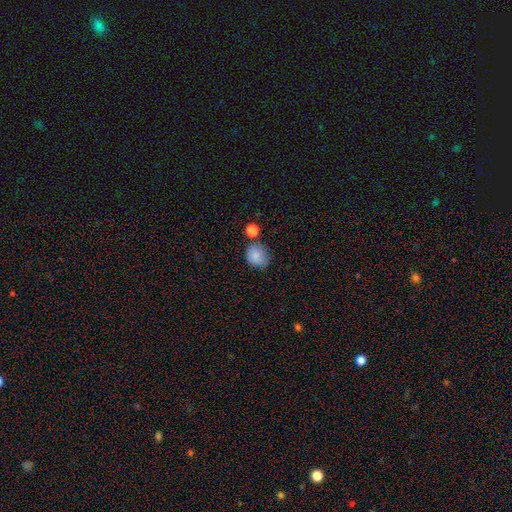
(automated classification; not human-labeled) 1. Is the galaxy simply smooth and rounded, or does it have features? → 83% smooth, 9% star or artifact, 7% featured or disk.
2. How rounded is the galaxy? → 62% round, 38% in between, 1% cigar-shaped.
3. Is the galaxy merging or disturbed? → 66% none, 20% minor disturbance, 10% merger, 5% major disturbance.